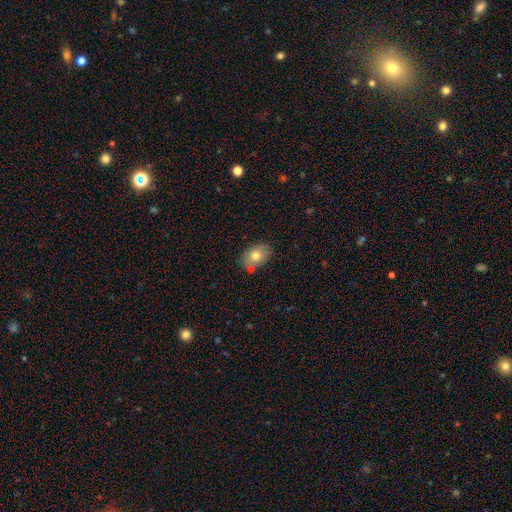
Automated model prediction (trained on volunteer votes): Morphology: type=smooth (74%); roundness=in between (78%); merging=none (72%).